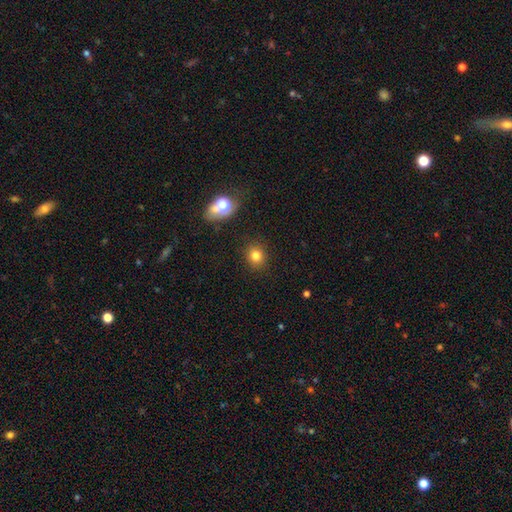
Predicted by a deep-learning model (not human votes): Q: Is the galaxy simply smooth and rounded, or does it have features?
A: smooth — 80%.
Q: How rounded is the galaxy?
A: round — 81%.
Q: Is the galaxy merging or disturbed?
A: none — 89%.